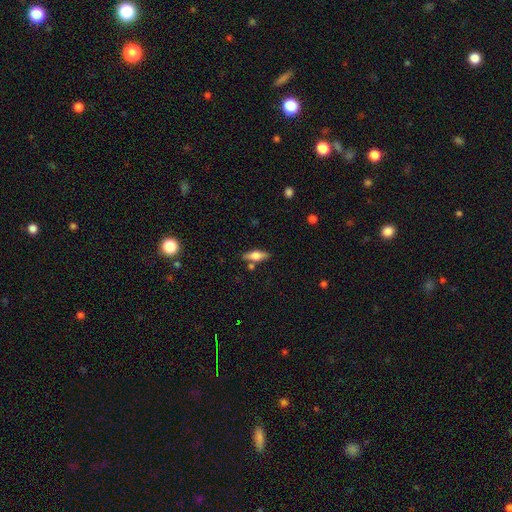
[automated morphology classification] smooth 47%, featured or disk 45%, star or artifact 7%. Down the decision tree: merging — none (78%).